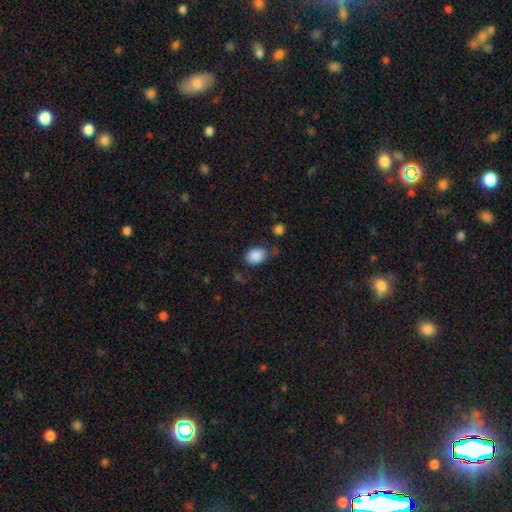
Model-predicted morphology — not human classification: The model was most divided on "how rounded": in between: 69%, round: 30%, cigar-shaped: 1%. More confident: smooth or featured — smooth (88%); merging — none (69%).